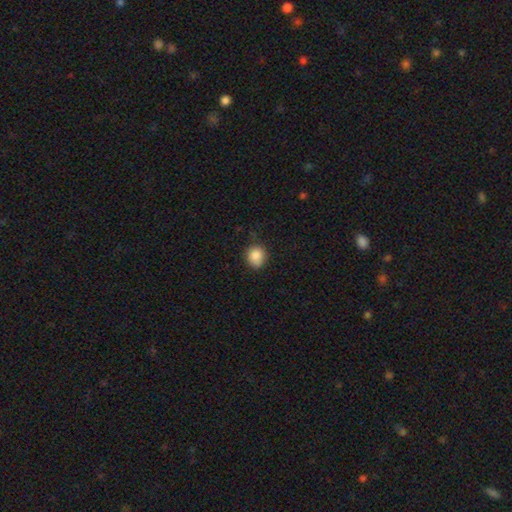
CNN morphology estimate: Smooth or featured: smooth — 87% (star or artifact — 9%)
How rounded: round — 77% (in between — 22%)
Merging: none — 76% (minor disturbance — 19%)